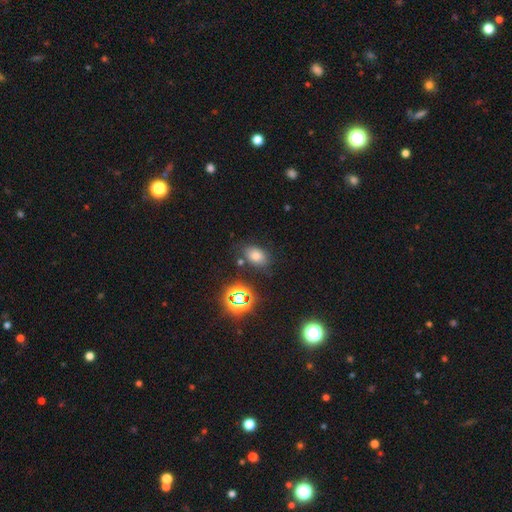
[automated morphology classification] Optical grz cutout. It shows a smooth galaxy with no disk features (67%) that is in between round and cigar-shaped (80%). Merging: none (77%).